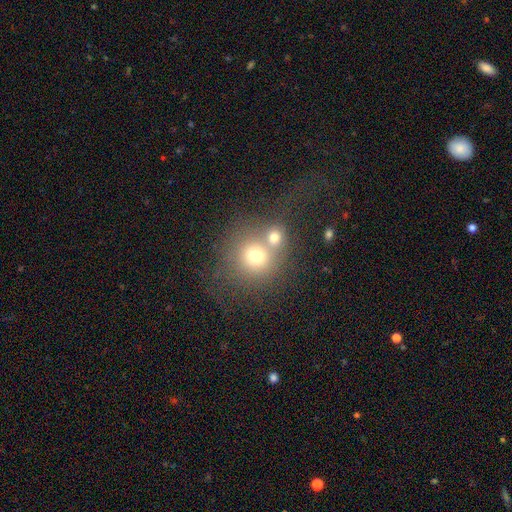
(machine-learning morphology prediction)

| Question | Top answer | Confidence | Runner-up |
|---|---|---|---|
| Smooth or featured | smooth | 67% | featured or disk (17%) |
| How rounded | round | 86% | in between (13%) |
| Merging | merger | 51% | none (35%) |